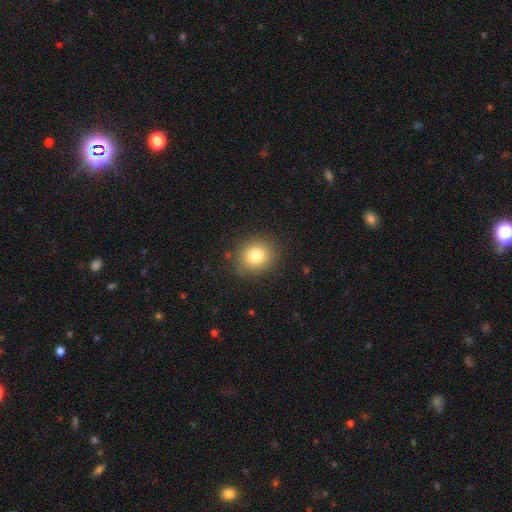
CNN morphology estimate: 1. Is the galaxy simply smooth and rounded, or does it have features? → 80% smooth, 11% star or artifact, 9% featured or disk.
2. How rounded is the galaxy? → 77% round, 22% in between, 1% cigar-shaped.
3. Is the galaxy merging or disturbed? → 87% none, 9% minor disturbance, 3% major disturbance, 1% merger.